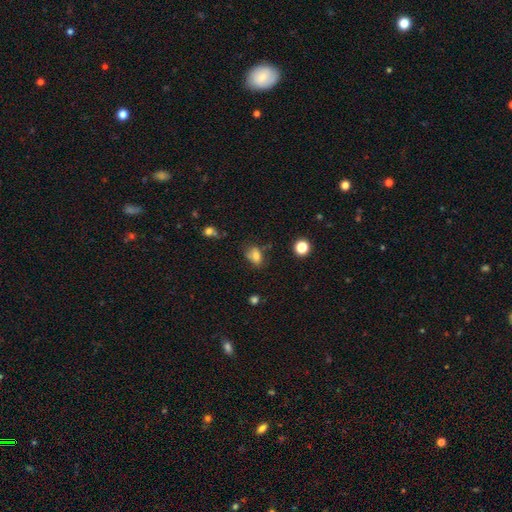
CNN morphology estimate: Q: Smooth or featured?
A: smooth (74%); runner-up: featured or disk (13%)
Q: How rounded?
A: in between (74%); runner-up: round (24%)
Q: Merging?
A: none (56%); runner-up: minor disturbance (26%)